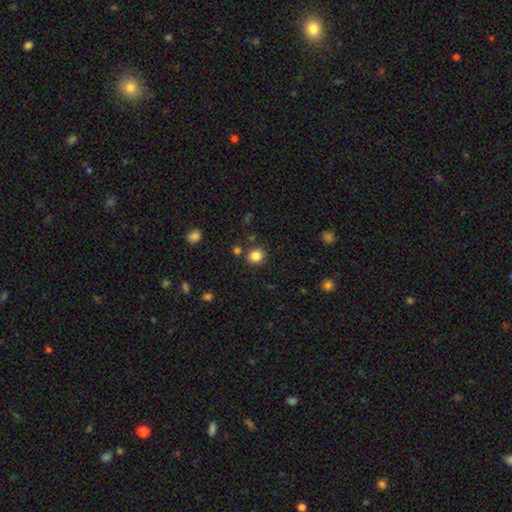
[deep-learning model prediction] Smooth or featured: smooth — 84% (star or artifact — 12%)
How rounded: round — 82% (in between — 17%)
Merging: none — 84% (minor disturbance — 8%)